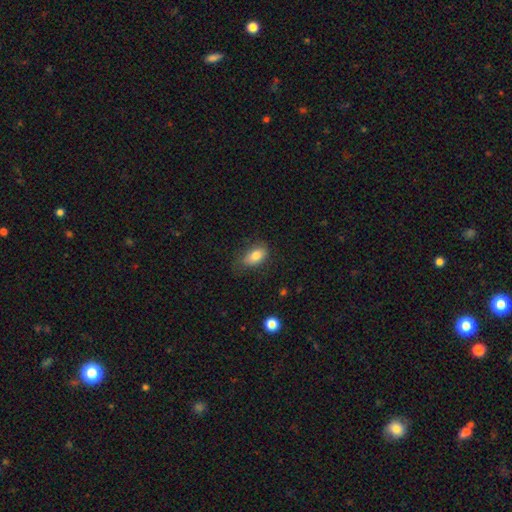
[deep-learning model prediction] This is clearly a smooth galaxy (80%). How rounded: clearly in between (89%). Merging: likely none (68%).